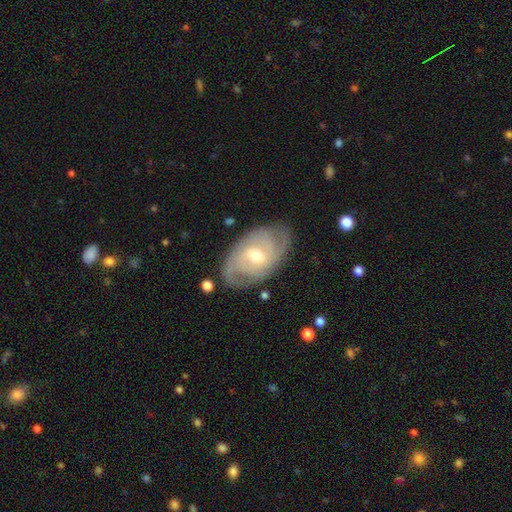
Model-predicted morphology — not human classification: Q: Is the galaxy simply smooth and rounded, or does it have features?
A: featured or disk — 82%.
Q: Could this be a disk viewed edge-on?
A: no — 95%.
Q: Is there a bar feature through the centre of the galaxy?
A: no — 48%.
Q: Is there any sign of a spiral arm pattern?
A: yes — 94%.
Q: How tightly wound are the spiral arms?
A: tight — 59%.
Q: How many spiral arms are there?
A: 2 — 31%.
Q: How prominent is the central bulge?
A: moderate — 62%.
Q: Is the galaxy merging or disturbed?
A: none — 78%.